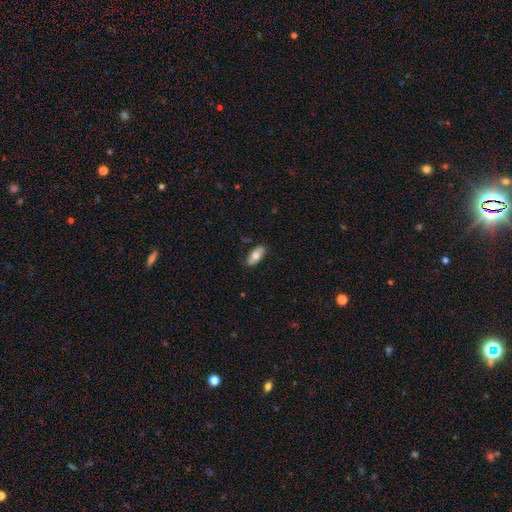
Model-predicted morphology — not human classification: smooth-or-featured: smooth: 66% | featured or disk: 28% | star or artifact: 6%
  how-rounded: in between: 86% | cigar-shaped: 11% | round: 3%
  merging: none: 83% | minor disturbance: 13% | major disturbance: 2% | merger: 1%